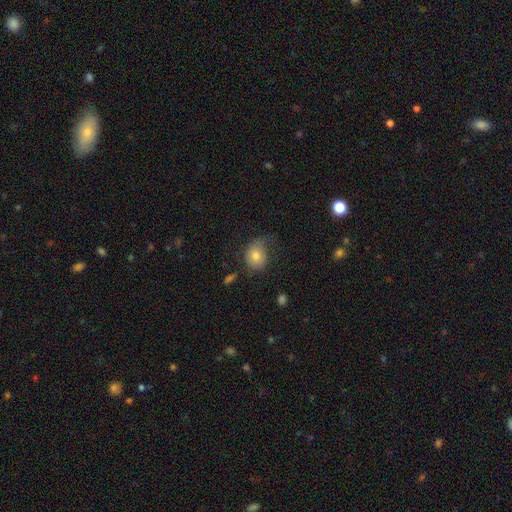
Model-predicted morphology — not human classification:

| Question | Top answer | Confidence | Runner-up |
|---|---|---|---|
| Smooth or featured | smooth | 72% | featured or disk (18%) |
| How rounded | in between | 50% | round (49%) |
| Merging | none | 46% | minor disturbance (29%) |